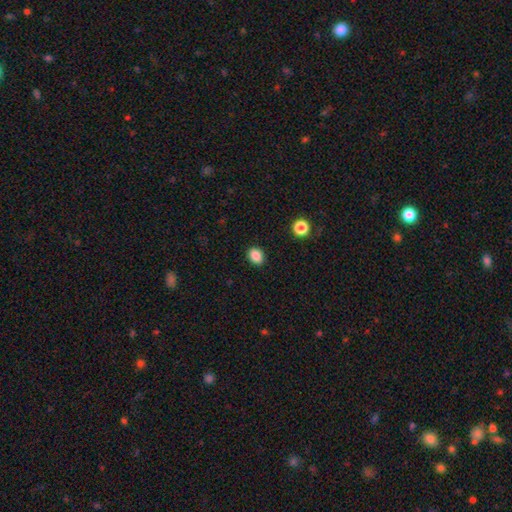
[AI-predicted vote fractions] Smooth or featured: smooth — 87% (star or artifact — 10%)
How rounded: in between — 62% (round — 37%)
Merging: none — 89% (minor disturbance — 8%)